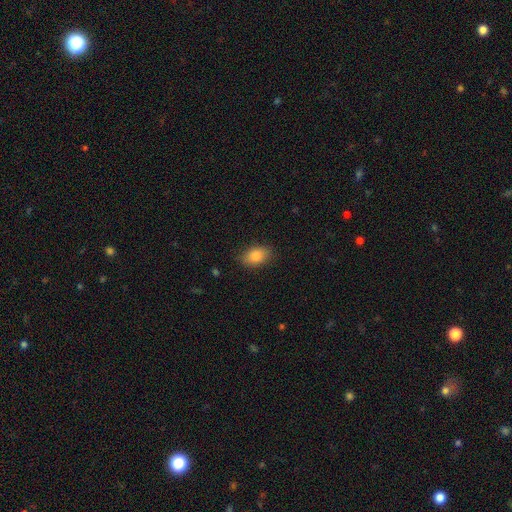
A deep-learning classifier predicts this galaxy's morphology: This appears to be a smooth galaxy with no disk features (85%) that is in between round and cigar-shaped (87%). Merging: none (84%).